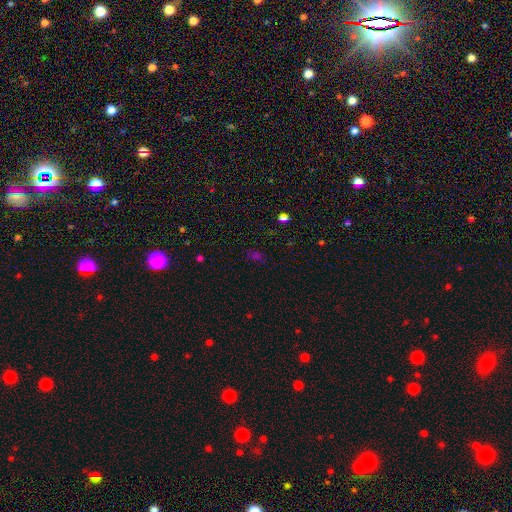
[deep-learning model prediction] Q: Smooth or featured?
A: smooth (50%); runner-up: star or artifact (41%)
Q: Merging?
A: none (72%); runner-up: minor disturbance (17%)